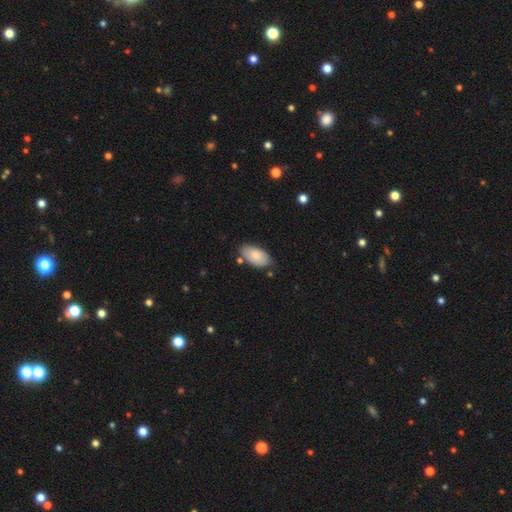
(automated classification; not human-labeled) This is clearly a smooth galaxy (82%). How rounded: clearly in between (95%). Merging: likely none (71%).